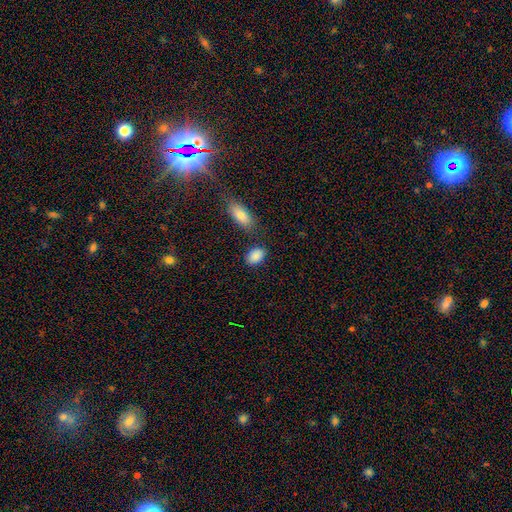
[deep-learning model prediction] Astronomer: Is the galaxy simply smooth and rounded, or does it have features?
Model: smooth — 88%.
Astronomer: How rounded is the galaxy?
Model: in between — 85%.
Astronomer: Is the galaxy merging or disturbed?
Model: none — 77%.